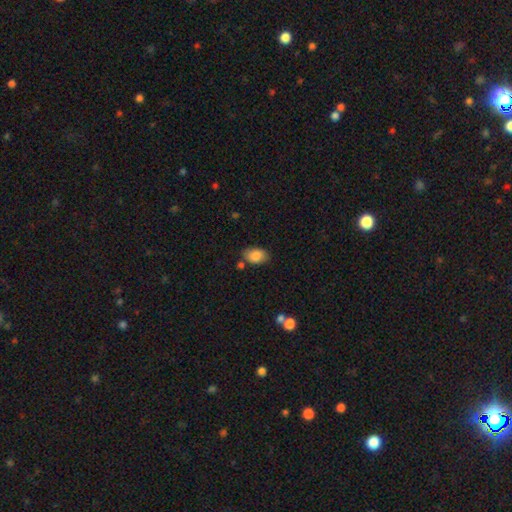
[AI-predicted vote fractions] Smooth or featured? Predicted: smooth (p=0.86). How rounded? Predicted: in between (p=0.87). Merging? Predicted: none (p=0.76).